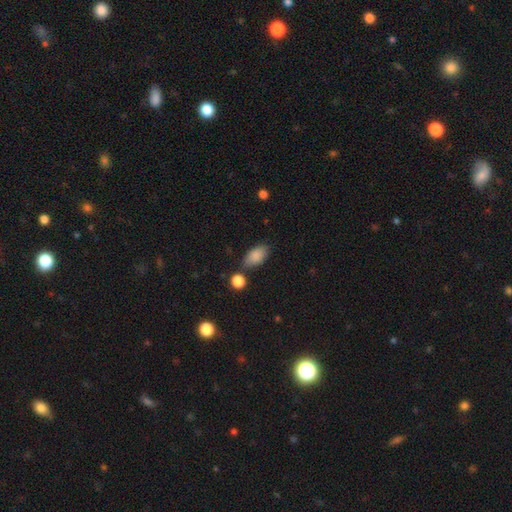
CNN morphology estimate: A smooth galaxy with no disk features (86%) that is in between round and cigar-shaped (92%).

Vote fractions:
- Smooth or featured? smooth: 86% / star or artifact: 7% / featured or disk: 6%
- How rounded? in between: 92% / round: 5% / cigar-shaped: 4%
- Merging? none: 71% / minor disturbance: 17% / merger: 8% / major disturbance: 4%